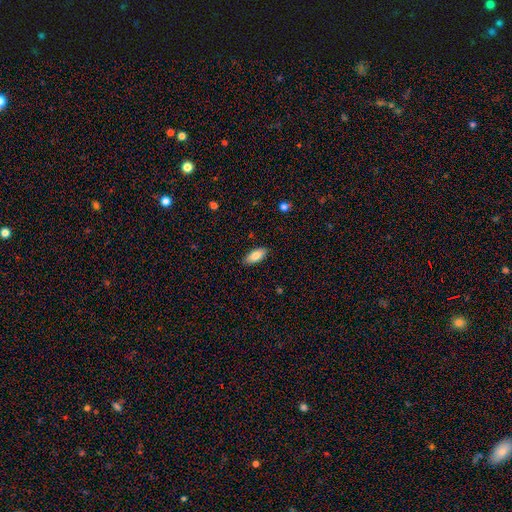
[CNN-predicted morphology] smooth-or-featured: smooth: 83% | featured or disk: 11% | star or artifact: 7%
  how-rounded: in between: 84% | cigar-shaped: 14% | round: 2%
  merging: none: 87% | minor disturbance: 10% | major disturbance: 2% | merger: 1%